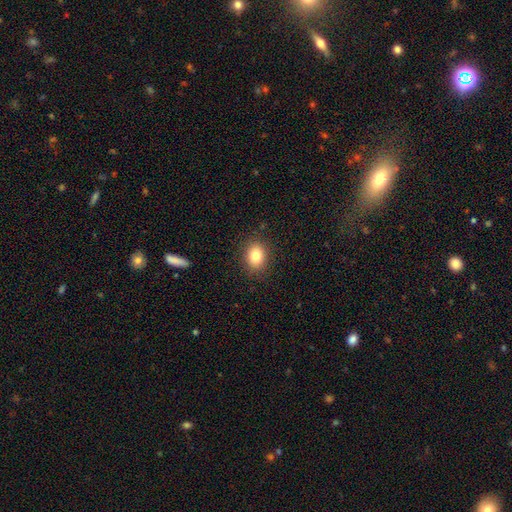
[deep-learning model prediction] smooth-or-featured: smooth: 82% | star or artifact: 10% | featured or disk: 7%
  how-rounded: in between: 51% | round: 48% | cigar-shaped: 1%
  merging: none: 88% | minor disturbance: 8% | major disturbance: 2% | merger: 1%